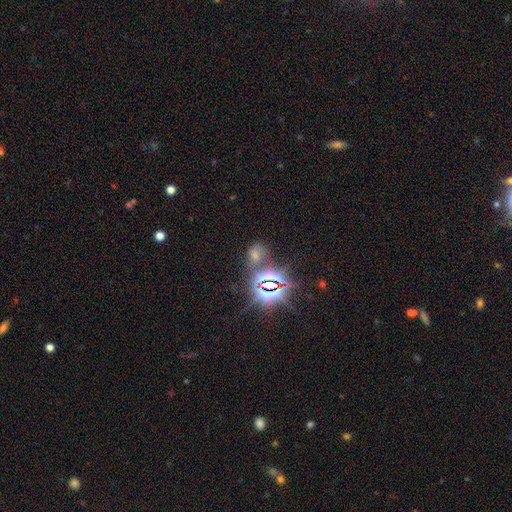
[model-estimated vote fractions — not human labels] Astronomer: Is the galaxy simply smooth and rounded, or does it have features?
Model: star or artifact — 53% (runner-up: smooth, 36%).